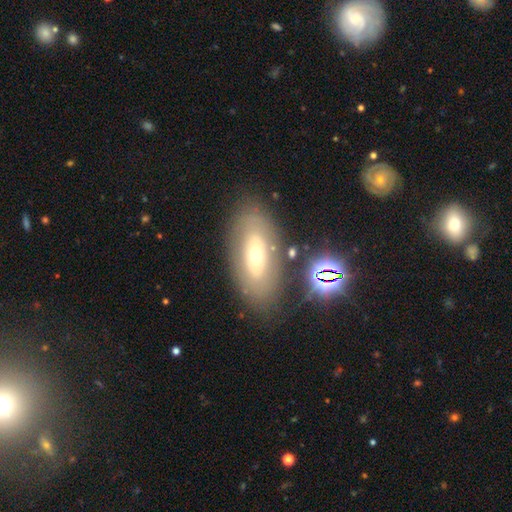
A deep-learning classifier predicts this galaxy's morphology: This appears to be a featured or disk galaxy (45%). Merging: none (79%).